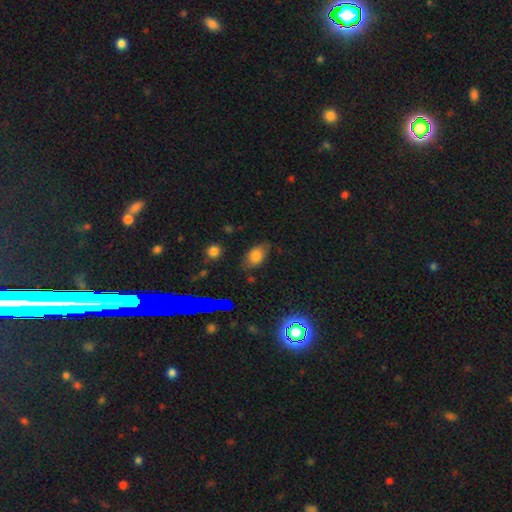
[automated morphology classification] smooth 75%, star or artifact 14%, featured or disk 11%. Down the decision tree: how rounded — in between (85%); merging — none (71%).